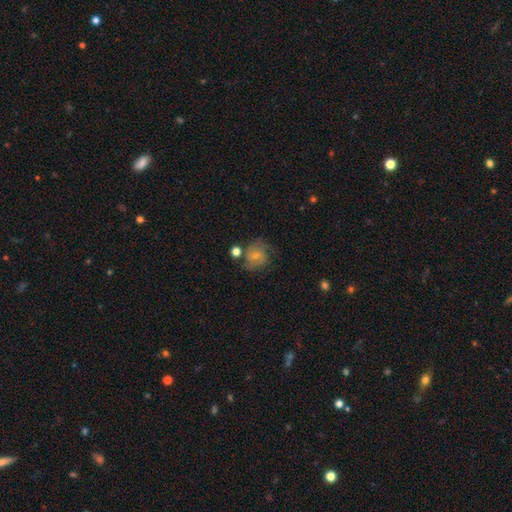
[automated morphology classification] Smooth or featured?
  - smooth: 51% *
  - featured or disk: 39%
  - star or artifact: 9%
How rounded?
  - round: 73% *
  - in between: 26%
  - cigar-shaped: 1%
Merging?
  - none: 54% *
  - minor disturbance: 23%
  - major disturbance: 12%
  - merger: 11%